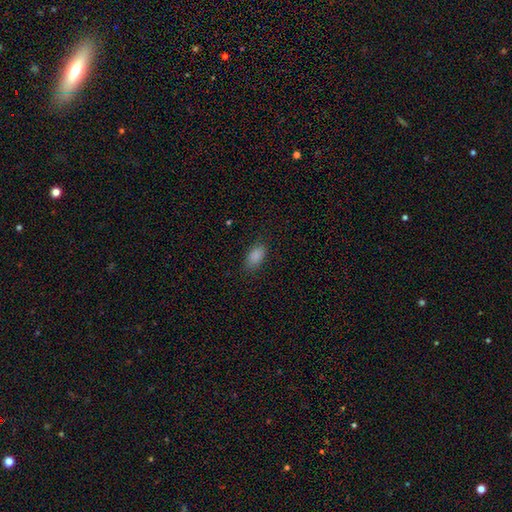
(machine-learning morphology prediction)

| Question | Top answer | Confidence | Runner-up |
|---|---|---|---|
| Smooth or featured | smooth | 87% | star or artifact (9%) |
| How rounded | in between | 92% | round (5%) |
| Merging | none | 81% | minor disturbance (14%) |